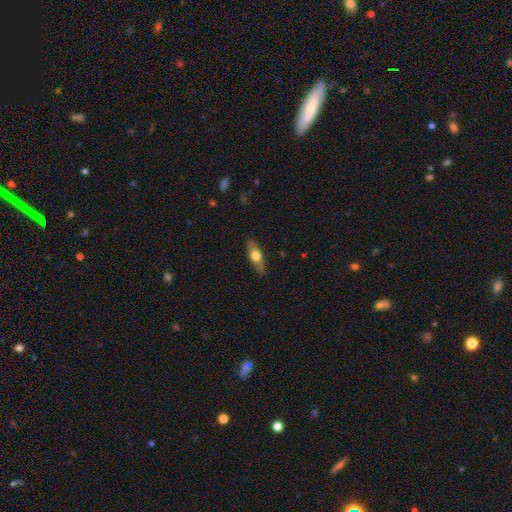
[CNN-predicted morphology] Smooth or featured?
  - smooth: 59% *
  - featured or disk: 35%
  - star or artifact: 6%
How rounded?
  - in between: 59% *
  - cigar-shaped: 36%
  - round: 4%
Merging?
  - none: 86% *
  - minor disturbance: 10%
  - major disturbance: 2%
  - merger: 1%